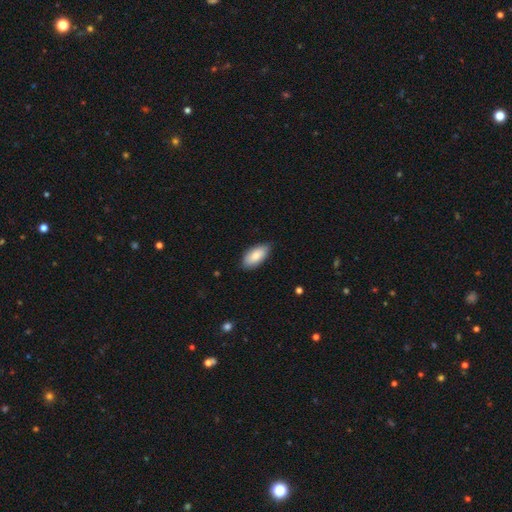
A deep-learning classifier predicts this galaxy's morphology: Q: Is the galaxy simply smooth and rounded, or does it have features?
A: smooth — 85%.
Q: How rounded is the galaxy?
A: in between — 93%.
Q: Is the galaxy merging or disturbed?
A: none — 78%.